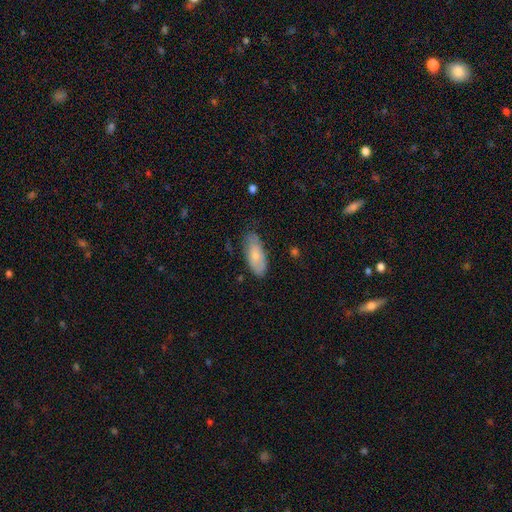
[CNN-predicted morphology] smooth 76%, featured or disk 18%, star or artifact 6%. Down the decision tree: how rounded — in between (84%); merging — none (74%).